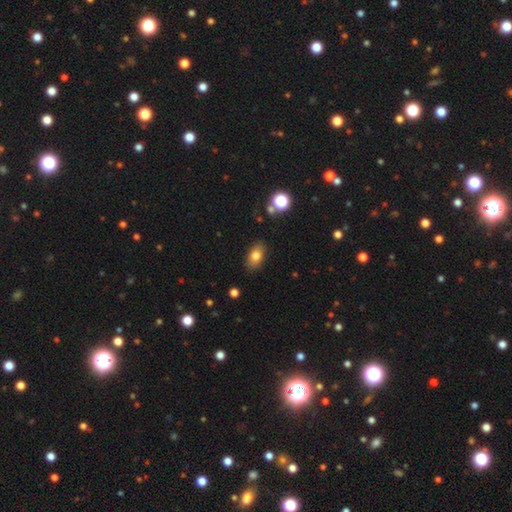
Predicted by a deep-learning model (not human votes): smooth 79%, featured or disk 11%, star or artifact 10%. Down the decision tree: how rounded — in between (87%); merging — none (86%).